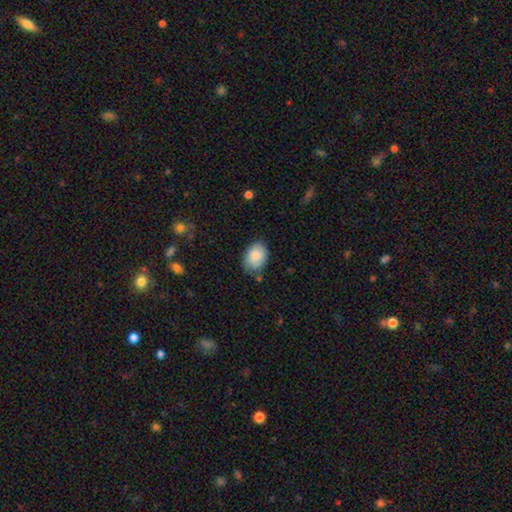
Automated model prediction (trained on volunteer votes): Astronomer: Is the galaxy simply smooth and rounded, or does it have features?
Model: smooth — 83%.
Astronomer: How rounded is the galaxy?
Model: in between — 74%.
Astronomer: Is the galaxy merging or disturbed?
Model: none — 70%.